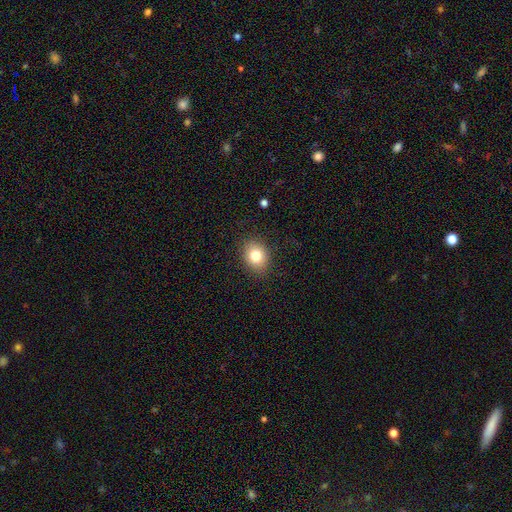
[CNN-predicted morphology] Smooth or featured? Predicted: smooth (p=0.80). How rounded? Predicted: in between (p=0.51). Merging? Predicted: none (p=0.86).